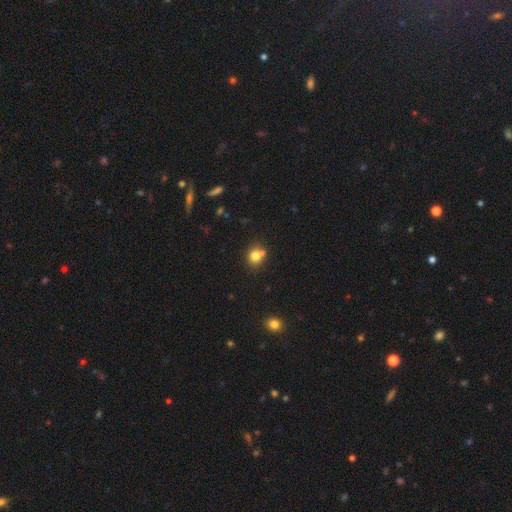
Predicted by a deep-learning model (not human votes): This appears to be a smooth galaxy with no disk features (78%) that is round (81%). Merging: none (64%).